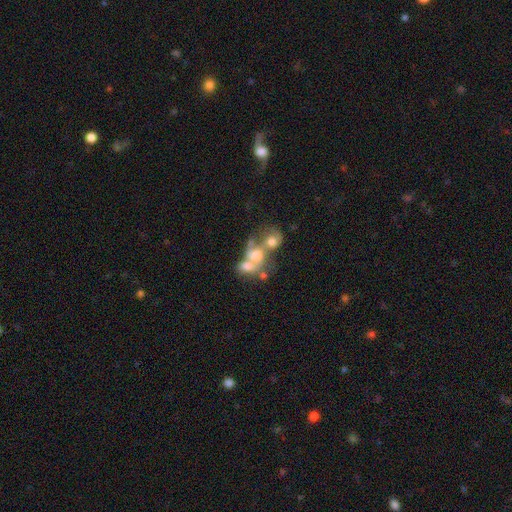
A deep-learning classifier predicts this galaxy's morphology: This appears to be a smooth galaxy with no disk features (52%) that is in between round and cigar-shaped (52%). Merging: merger (71%).